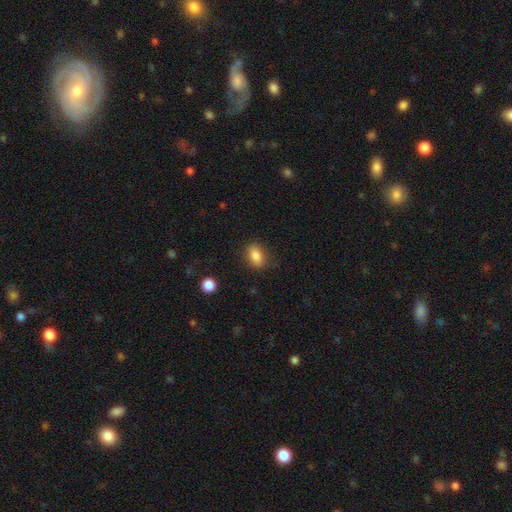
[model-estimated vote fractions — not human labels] The model was most divided on "merging": none: 79%, minor disturbance: 16%, major disturbance: 4%, merger: 1%. More confident: smooth or featured — smooth (85%); how rounded — in between (81%).